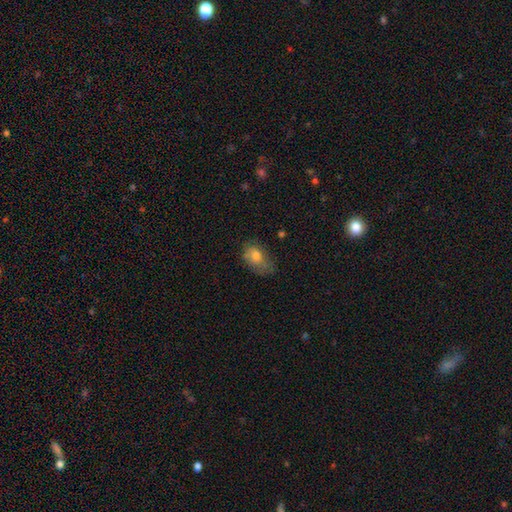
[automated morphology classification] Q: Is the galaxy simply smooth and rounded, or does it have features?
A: smooth — 71%.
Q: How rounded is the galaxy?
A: in between — 84%.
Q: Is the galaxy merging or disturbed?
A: none — 47%.